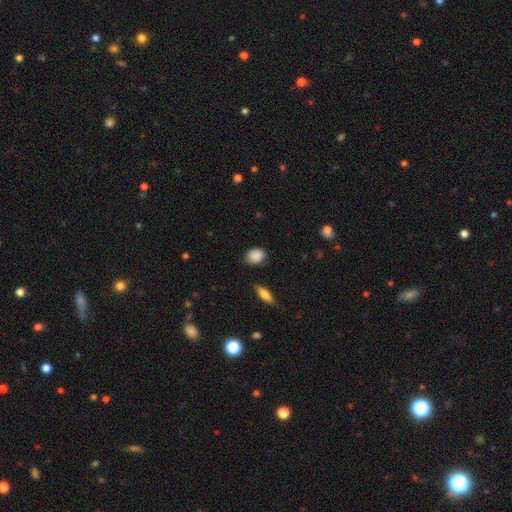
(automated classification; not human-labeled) A smooth galaxy with no disk features (88%) that is in between round and cigar-shaped (56%). Merging: none (78%).